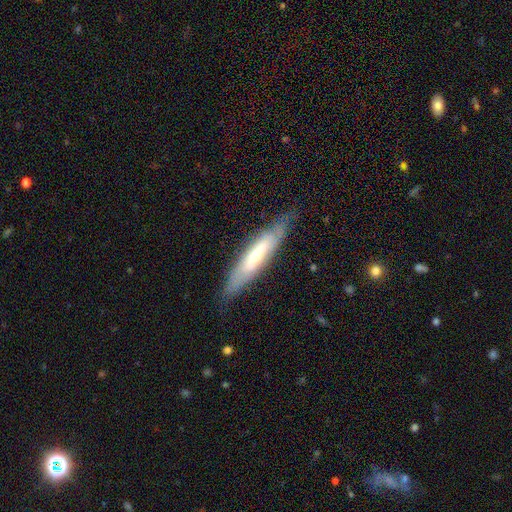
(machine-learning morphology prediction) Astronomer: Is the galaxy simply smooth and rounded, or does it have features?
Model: featured or disk — 58% (runner-up: smooth, 36%).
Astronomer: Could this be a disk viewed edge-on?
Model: yes — 63%.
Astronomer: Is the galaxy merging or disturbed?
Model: none — 75%.